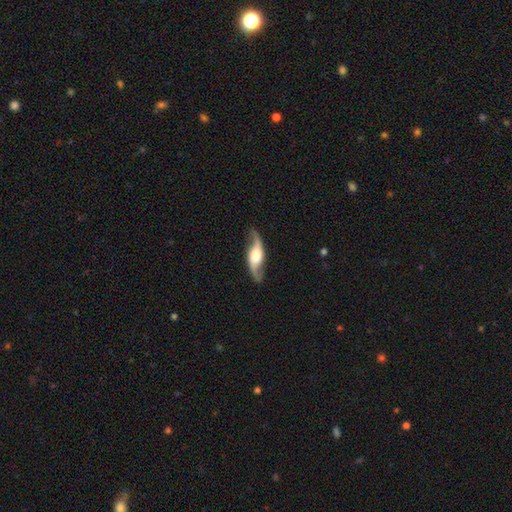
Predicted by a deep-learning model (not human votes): The model was most divided on "bulge size": large: 46%, moderate: 36%, small: 8%, dominant: 7%, none: 4%. More confident: spiral arms — yes (95%); spiral arm count — 2 (94%); smooth or featured — featured or disk (83%); merging — none (82%); edge-on disk — no (79%); spiral winding — loose (71%); bar — no (55%).